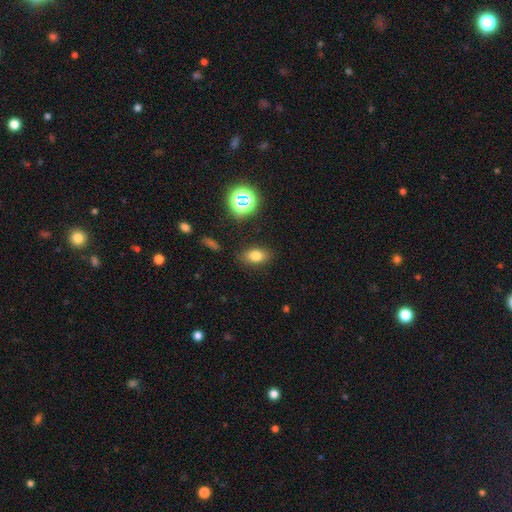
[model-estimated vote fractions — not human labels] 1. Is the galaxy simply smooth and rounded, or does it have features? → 75% smooth, 16% star or artifact, 10% featured or disk.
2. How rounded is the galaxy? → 81% in between, 16% round, 3% cigar-shaped.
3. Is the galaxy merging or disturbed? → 85% none, 10% minor disturbance, 3% major disturbance, 2% merger.